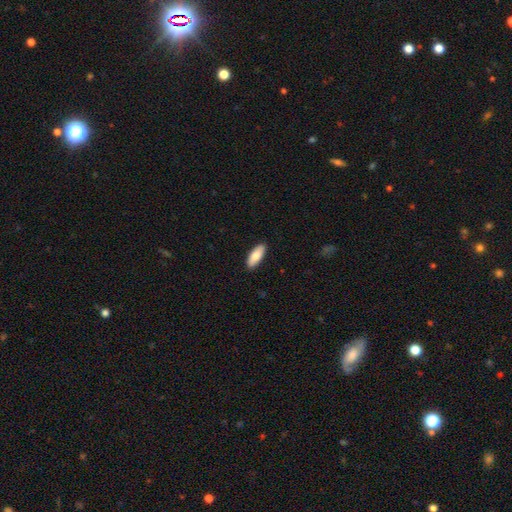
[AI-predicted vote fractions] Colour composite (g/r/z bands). It shows a smooth galaxy with no disk features (83%) that is in between round and cigar-shaped (77%). Merging: none (89%).